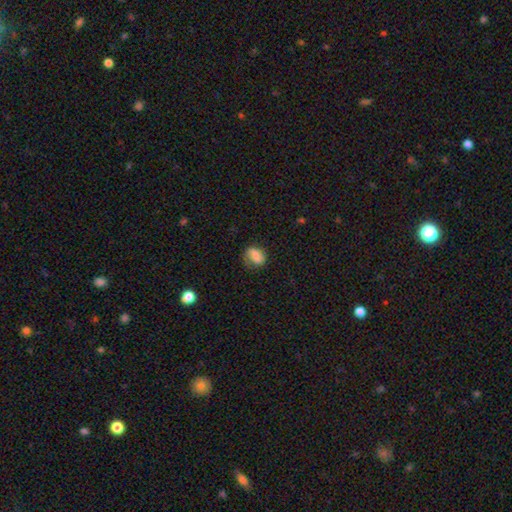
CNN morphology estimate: smooth_or_featured: smooth (p=0.65) [alt: featured or disk p=0.26]
how_rounded: in between (p=0.68) [alt: round p=0.30]
merging: none (p=0.59) [alt: minor disturbance p=0.27]